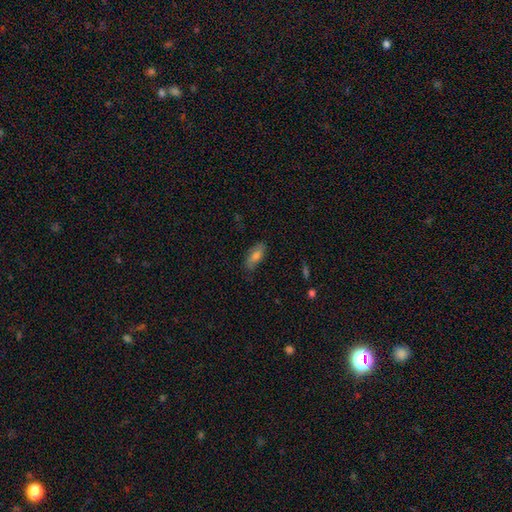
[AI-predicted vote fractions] Smooth or featured: smooth — 67% (featured or disk — 23%)
How rounded: in between — 76% (cigar-shaped — 21%)
Merging: none — 76% (minor disturbance — 18%)